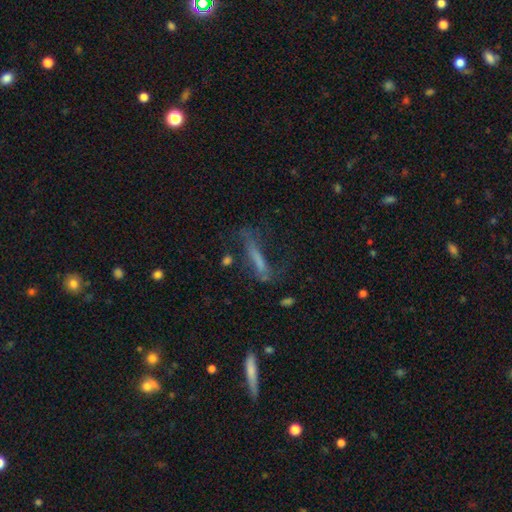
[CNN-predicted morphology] Smooth or featured?
  - featured or disk: 41% *
  - smooth: 36%
  - star or artifact: 23%
Merging?
  - none: 53% *
  - major disturbance: 21%
  - minor disturbance: 21%
  - merger: 4%